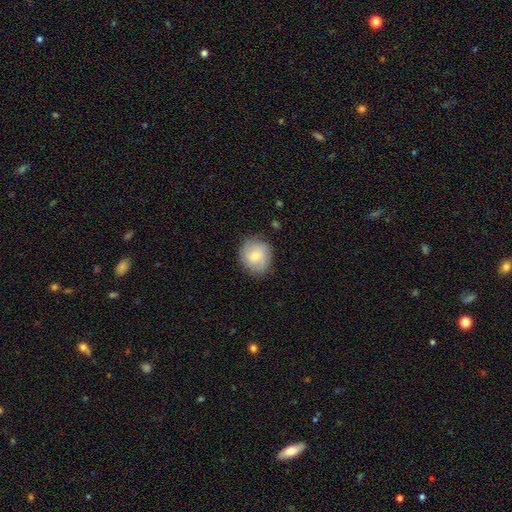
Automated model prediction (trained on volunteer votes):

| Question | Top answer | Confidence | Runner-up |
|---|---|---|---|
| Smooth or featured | smooth | 60% | featured or disk (32%) |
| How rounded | round | 80% | in between (19%) |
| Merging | none | 82% | minor disturbance (13%) |